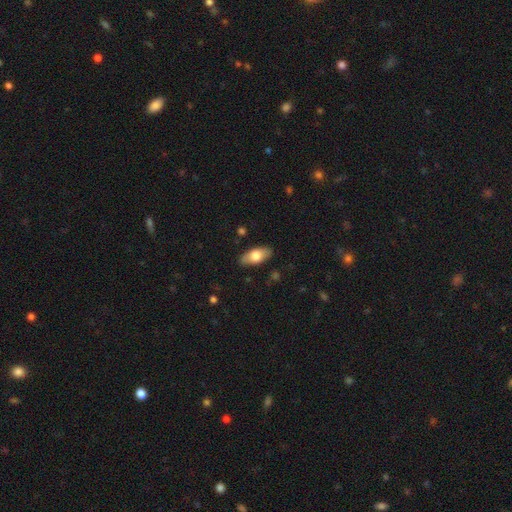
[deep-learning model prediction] This appears to be a smooth galaxy with no disk features (71%) that is in between round and cigar-shaped (87%). Merging: none (87%).